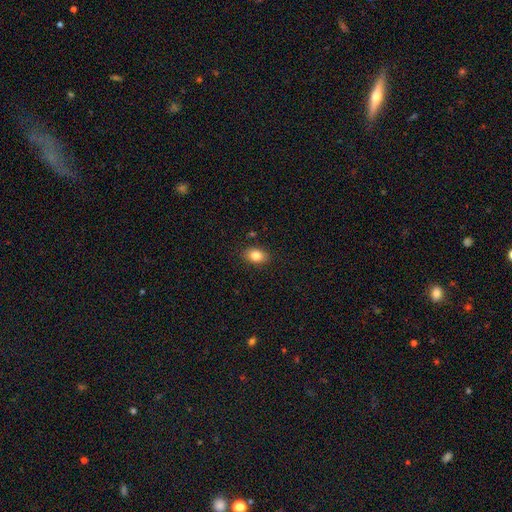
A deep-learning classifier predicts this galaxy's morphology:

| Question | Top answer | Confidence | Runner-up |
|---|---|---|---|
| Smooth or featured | smooth | 82% | featured or disk (9%) |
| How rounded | in between | 81% | round (18%) |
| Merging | none | 88% | minor disturbance (9%) |